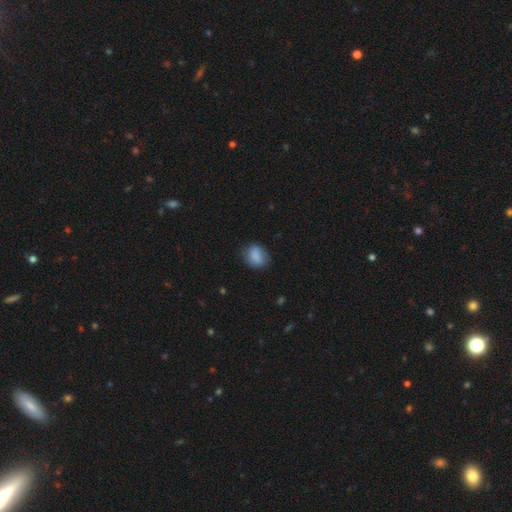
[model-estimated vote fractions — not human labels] Overall: smooth (84%). How rounded: in between (51%; round 48%). Merging: none (75%).